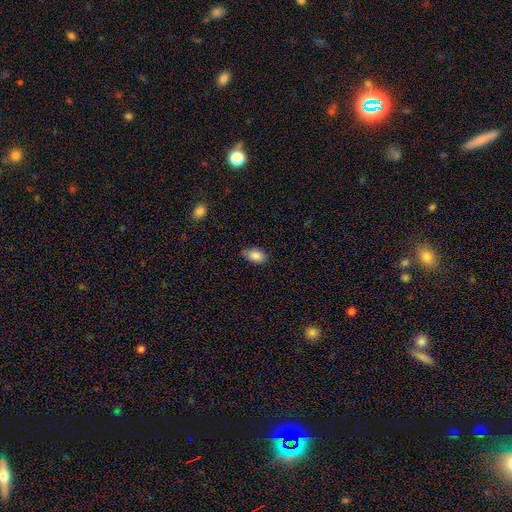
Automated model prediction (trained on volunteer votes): Morphology: type=smooth (87%); roundness=in between (89%); merging=none (72%).